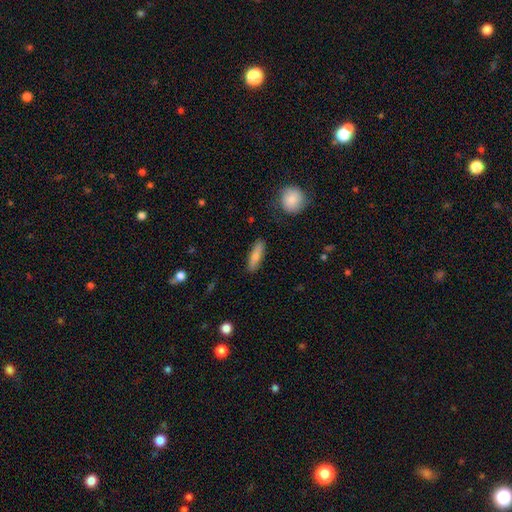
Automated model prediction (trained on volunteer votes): A smooth galaxy with no disk features (71%) that is cigar-shaped (64%).

Vote fractions:
- Smooth or featured? smooth: 71% / featured or disk: 23% / star or artifact: 6%
- How rounded? cigar-shaped: 64% / in between: 33% / round: 3%
- Merging? none: 86% / minor disturbance: 10% / major disturbance: 2% / merger: 2%